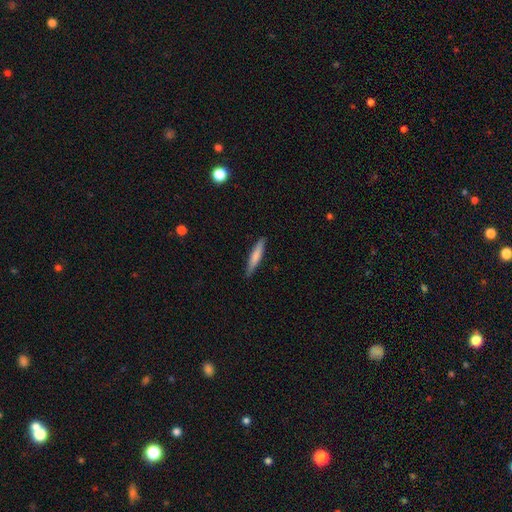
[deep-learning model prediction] smooth 72%, featured or disk 23%, star or artifact 5%. Down the decision tree: how rounded — cigar-shaped (91%); merging — none (88%).